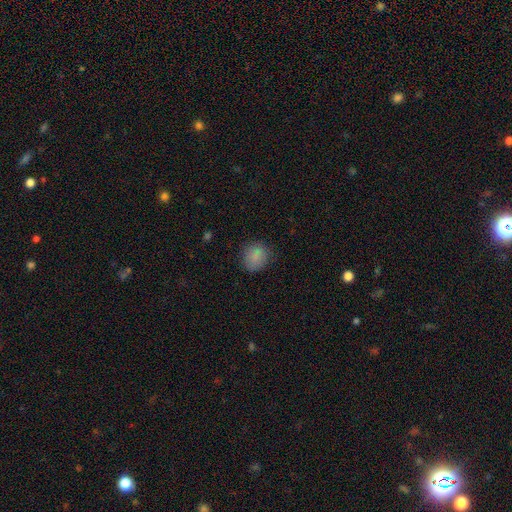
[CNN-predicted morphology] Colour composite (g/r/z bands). It shows a smooth galaxy with no disk features (85%) that is round (77%). Merging: none (80%).